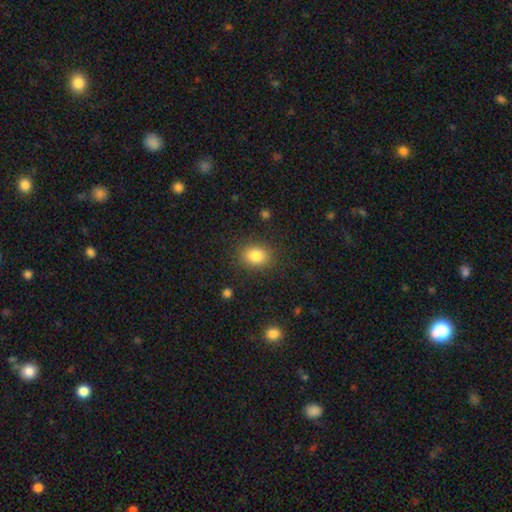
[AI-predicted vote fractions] This appears to be a smooth galaxy with no disk features (83%) that is in between round and cigar-shaped (55%). Merging: none (85%).